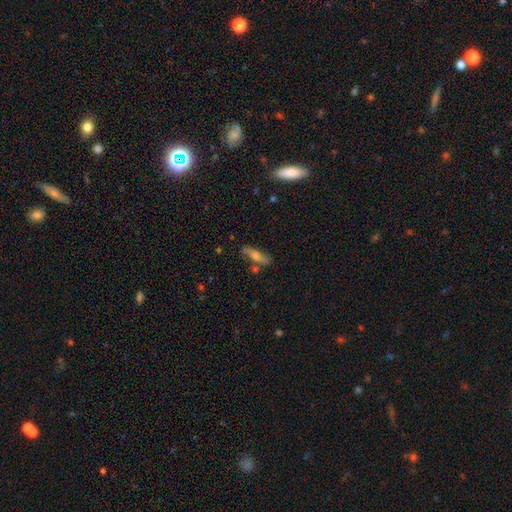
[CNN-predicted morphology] This is marginally a smooth galaxy (45%). Merging: likely none (74%).